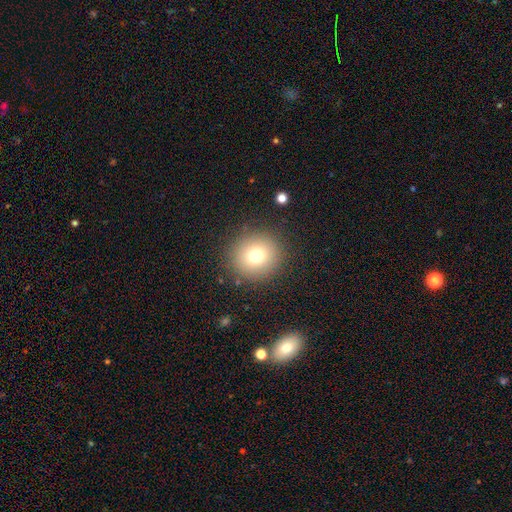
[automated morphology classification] type=smooth (75%); roundness=round (90%); merging=none (88%).